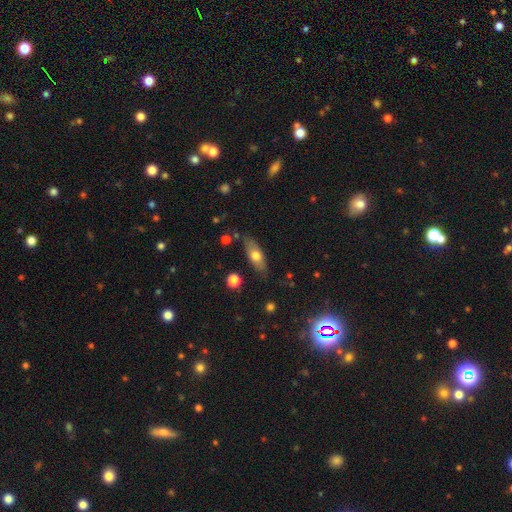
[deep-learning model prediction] Morphology: type=smooth (64%); roundness=in between (70%); merging=none (78%).